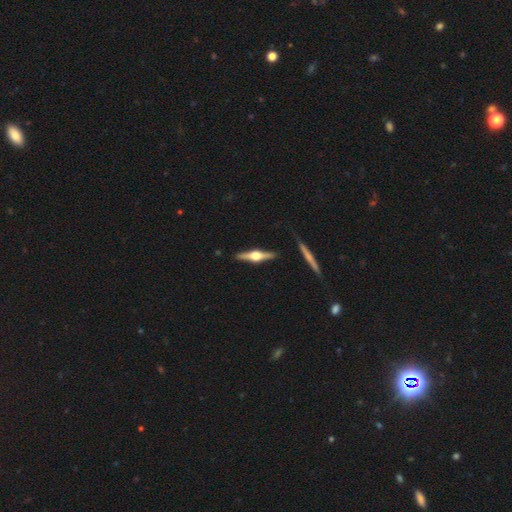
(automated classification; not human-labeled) This appears to be a featured or disk galaxy (78%) viewed edge-on (98%) with a rounded central bulge (95%). Merging: none (88%).